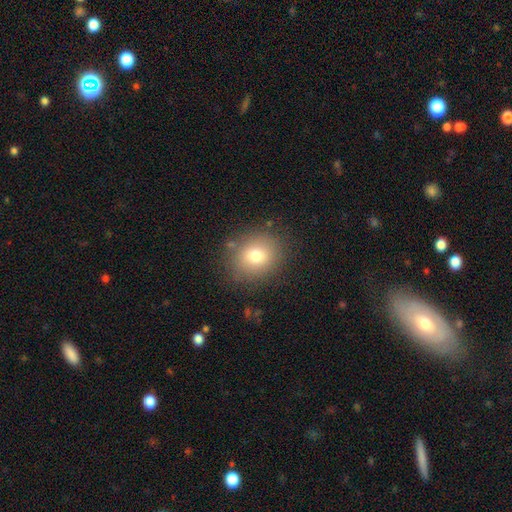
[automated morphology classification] smooth-or-featured: smooth: 76% | star or artifact: 12% | featured or disk: 12%
  how-rounded: round: 75% | in between: 24% | cigar-shaped: 1%
  merging: none: 83% | minor disturbance: 11% | major disturbance: 4% | merger: 2%